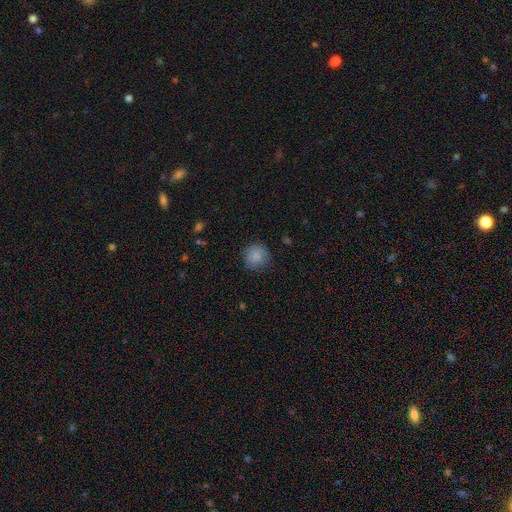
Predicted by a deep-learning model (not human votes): smooth 86%, star or artifact 9%, featured or disk 5%. Down the decision tree: how rounded — round (91%); merging — none (81%).